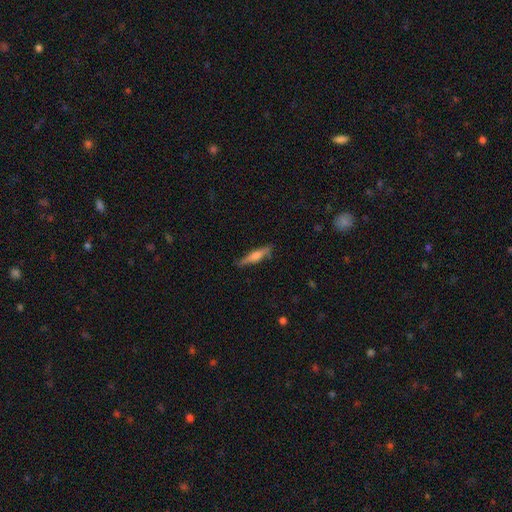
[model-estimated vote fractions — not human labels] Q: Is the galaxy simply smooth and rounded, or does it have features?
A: featured or disk — 53%.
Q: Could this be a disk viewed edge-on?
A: yes — 96%.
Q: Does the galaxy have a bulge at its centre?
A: rounded — 77%.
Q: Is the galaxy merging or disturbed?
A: none — 85%.